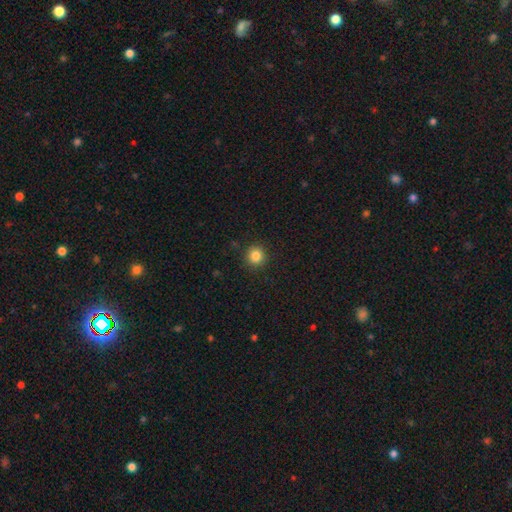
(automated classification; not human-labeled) smooth-or-featured: smooth: 84% | star or artifact: 11% | featured or disk: 5%
  how-rounded: round: 93% | in between: 6% | cigar-shaped: 1%
  merging: none: 91% | minor disturbance: 6% | major disturbance: 2% | merger: 1%